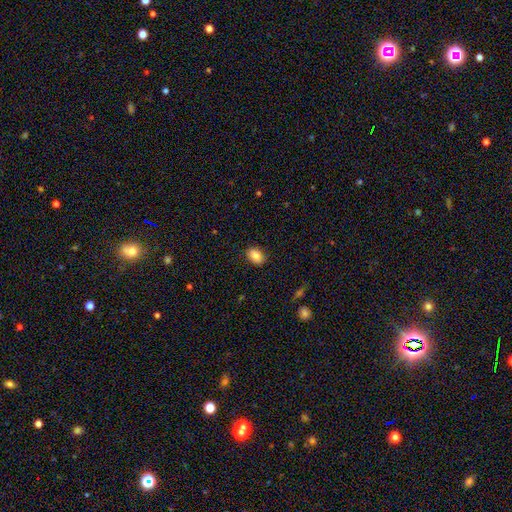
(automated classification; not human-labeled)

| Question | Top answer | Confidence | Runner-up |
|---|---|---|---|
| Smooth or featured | smooth | 85% | star or artifact (8%) |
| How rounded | in between | 78% | round (20%) |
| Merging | none | 87% | minor disturbance (10%) |